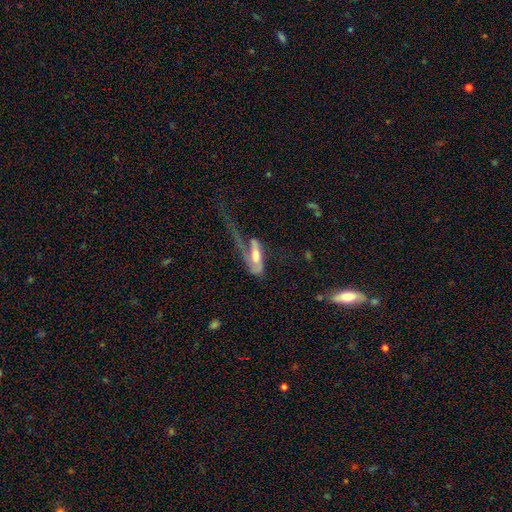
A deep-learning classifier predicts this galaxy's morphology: type=featured or disk (52%); edge-on=no (74%); merging=major disturbance (65%).